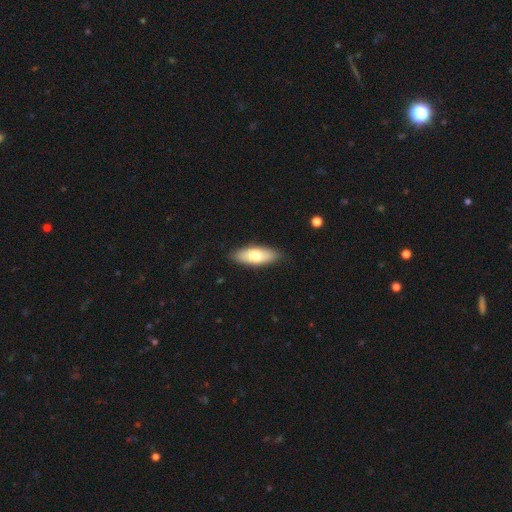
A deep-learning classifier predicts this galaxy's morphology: This is likely a smooth galaxy (70%). How rounded: likely in between (73%). Merging: clearly none (86%).